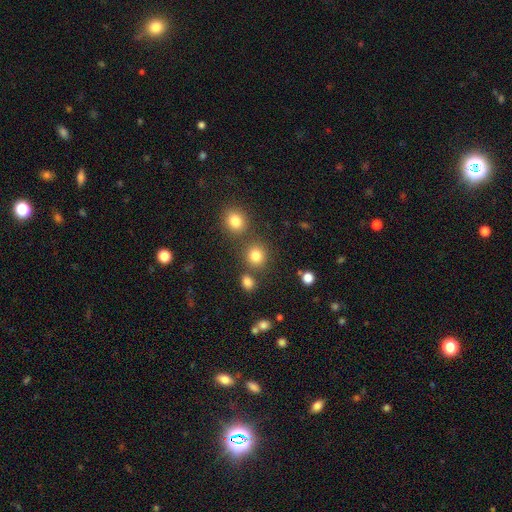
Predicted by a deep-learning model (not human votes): Smooth or featured? Predicted: smooth (p=0.81). How rounded? Predicted: round (p=0.87). Merging? Predicted: none (p=0.76).